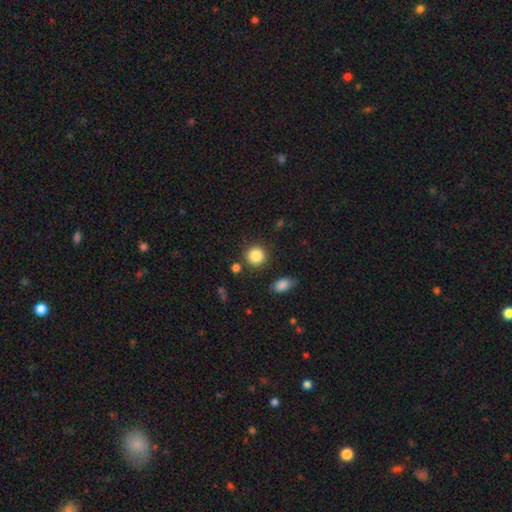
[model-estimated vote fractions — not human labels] Q: Smooth or featured?
A: smooth (86%); runner-up: star or artifact (9%)
Q: How rounded?
A: round (90%); runner-up: in between (9%)
Q: Merging?
A: none (84%); runner-up: minor disturbance (8%)